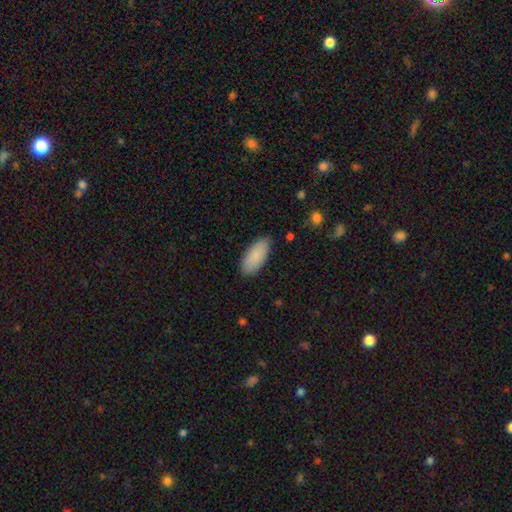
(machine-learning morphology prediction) Overall: smooth (88%). How rounded: in between (88%). Merging: none (83%).